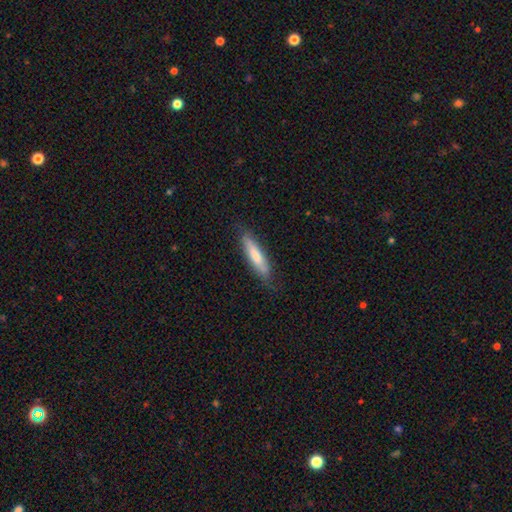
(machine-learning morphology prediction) Smooth or featured: smooth — 66% (featured or disk — 28%)
How rounded: cigar-shaped — 78% (in between — 21%)
Merging: none — 78% (minor disturbance — 17%)